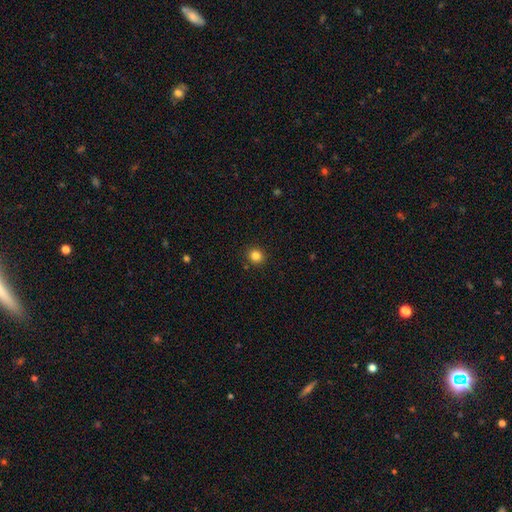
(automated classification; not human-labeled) Smooth or featured?
  - smooth: 84% *
  - star or artifact: 12%
  - featured or disk: 4%
How rounded?
  - round: 88% *
  - in between: 11%
  - cigar-shaped: 1%
Merging?
  - none: 91% *
  - minor disturbance: 6%
  - major disturbance: 2%
  - merger: 1%